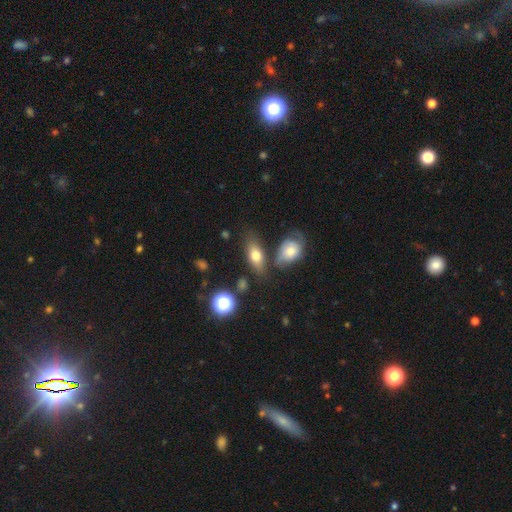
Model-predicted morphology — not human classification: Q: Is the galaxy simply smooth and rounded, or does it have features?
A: smooth — 71%.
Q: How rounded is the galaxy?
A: in between — 82%.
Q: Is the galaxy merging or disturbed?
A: none — 62%.